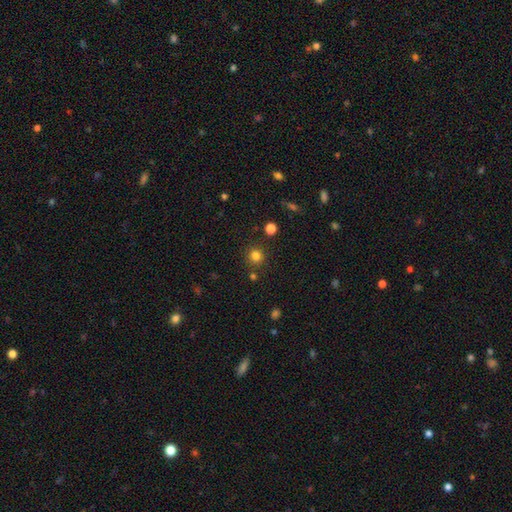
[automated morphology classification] smooth_or_featured: smooth (p=0.80) [alt: star or artifact p=0.15]
how_rounded: round (p=0.93) [alt: in between p=0.06]
merging: none (p=0.85) [alt: minor disturbance p=0.07]